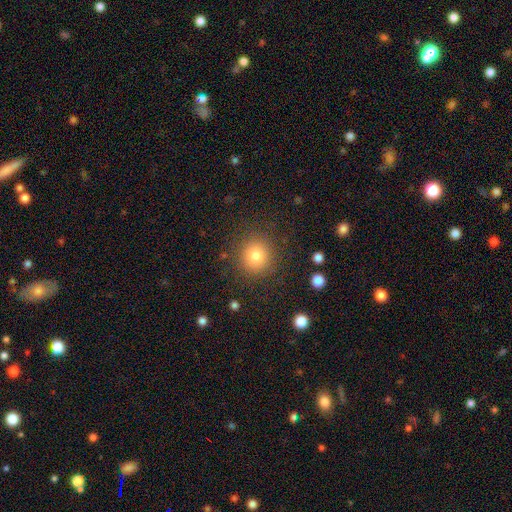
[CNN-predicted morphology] A smooth galaxy with no disk features (80%) that is round (89%).

Vote fractions:
- Smooth or featured? smooth: 80% / star or artifact: 12% / featured or disk: 8%
- How rounded? round: 89% / in between: 10% / cigar-shaped: 1%
- Merging? none: 87% / minor disturbance: 8% / major disturbance: 4% / merger: 1%